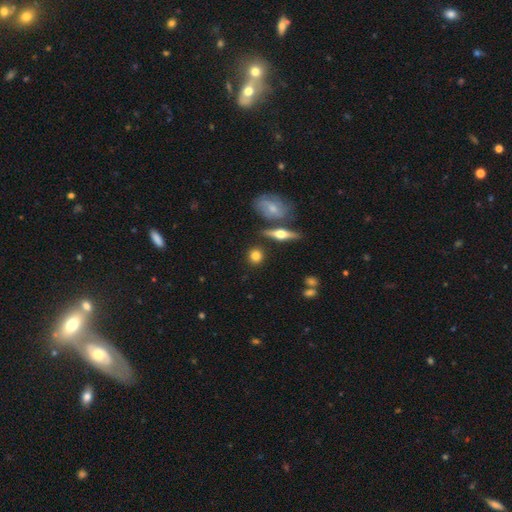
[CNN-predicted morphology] type=smooth (75%); roundness=round (84%); merging=none (84%).